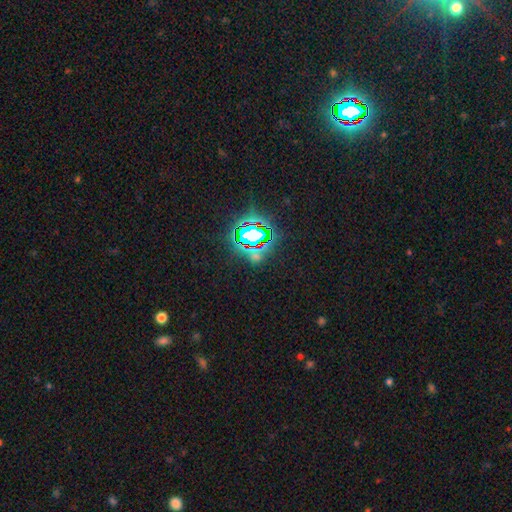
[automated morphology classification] smooth-or-featured: star or artifact: 73% | smooth: 18% | featured or disk: 10%